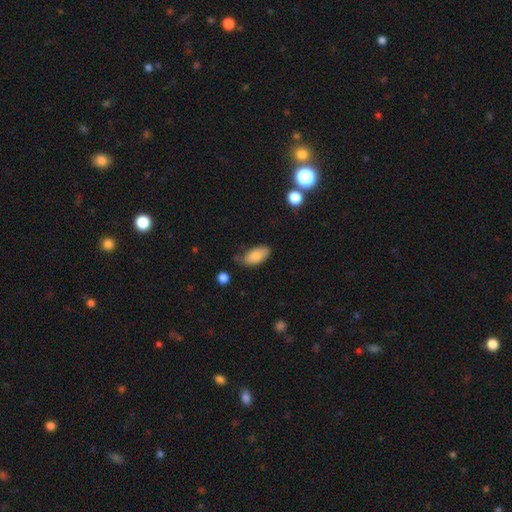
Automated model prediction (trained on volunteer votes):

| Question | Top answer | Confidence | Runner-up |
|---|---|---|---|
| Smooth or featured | smooth | 82% | featured or disk (11%) |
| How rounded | in between | 92% | cigar-shaped (5%) |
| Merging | none | 66% | minor disturbance (26%) |